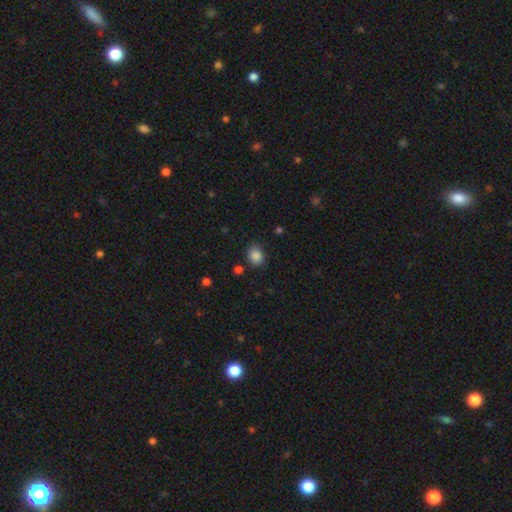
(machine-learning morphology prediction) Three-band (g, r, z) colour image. It shows a smooth galaxy with no disk features (86%) that is in between round and cigar-shaped (52%). Merging: none (80%).